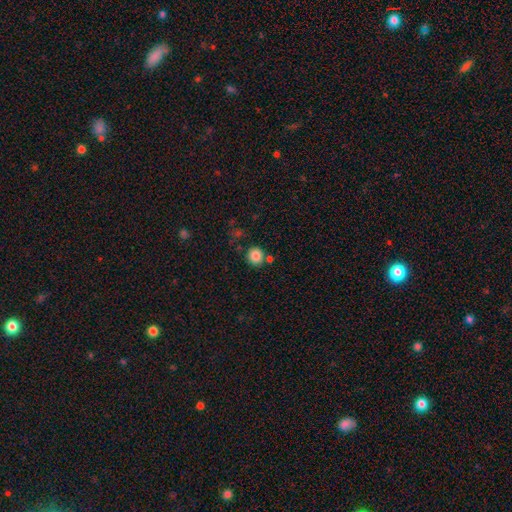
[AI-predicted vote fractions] A smooth galaxy with no disk features (85%) that is round (90%). Merging: none (79%).